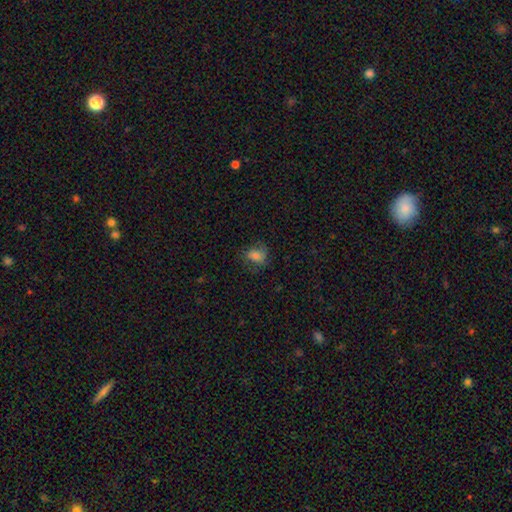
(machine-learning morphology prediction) A smooth galaxy with no disk features (75%) that is round (51%).

Vote fractions:
- Smooth or featured? smooth: 75% / featured or disk: 13% / star or artifact: 11%
- How rounded? round: 51% / in between: 47% / cigar-shaped: 1%
- Merging? none: 66% / minor disturbance: 22% / major disturbance: 11% / merger: 1%